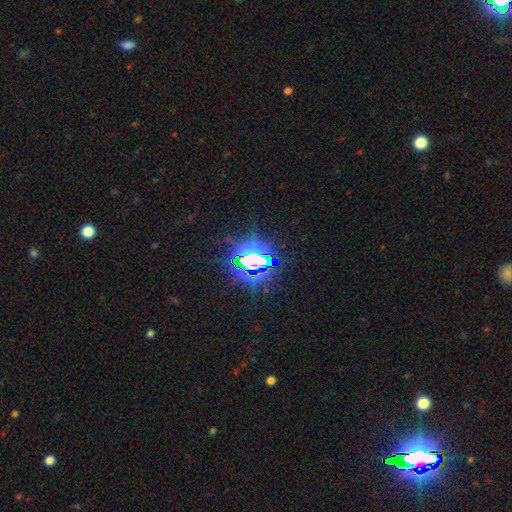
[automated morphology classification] Smooth or featured? star or artifact (80%)